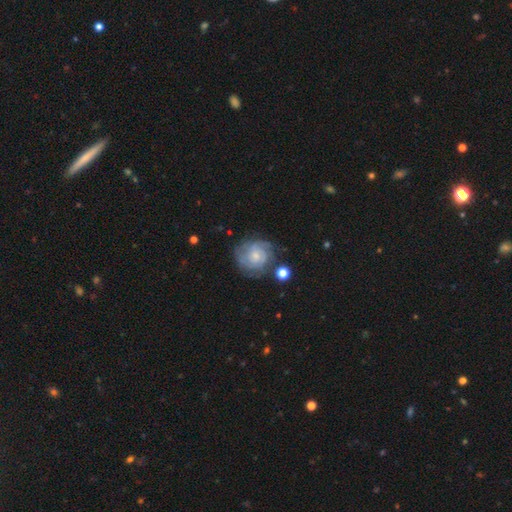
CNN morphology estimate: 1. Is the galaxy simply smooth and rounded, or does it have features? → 76% featured or disk, 18% smooth, 7% star or artifact.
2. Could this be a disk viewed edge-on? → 98% no, 2% yes.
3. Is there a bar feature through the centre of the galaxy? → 71% no, 26% weak, 3% strong.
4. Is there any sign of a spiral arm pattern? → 93% yes, 7% no.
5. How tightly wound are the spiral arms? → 66% tight, 27% medium, 7% loose.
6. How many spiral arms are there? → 36% can't tell, 23% 2, 21% 3, 10% 4, 5% 1, 5% more than 4.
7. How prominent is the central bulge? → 62% small, 26% moderate, 8% none, 3% large, 1% dominant.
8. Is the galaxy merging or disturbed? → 68% none, 19% minor disturbance, 9% major disturbance, 4% merger.